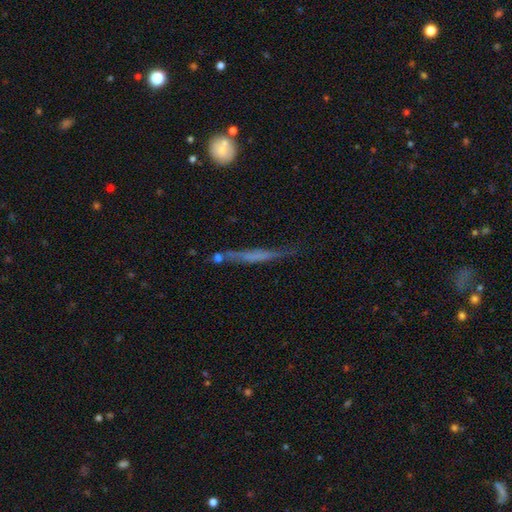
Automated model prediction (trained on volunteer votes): Morphology: type=featured or disk (52%); edge-on=yes (89%); merging=none (62%).